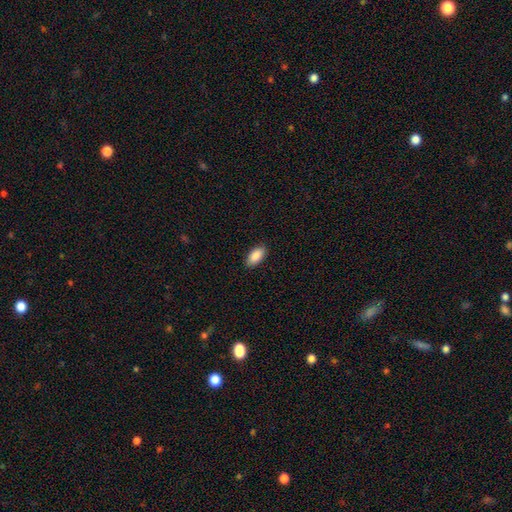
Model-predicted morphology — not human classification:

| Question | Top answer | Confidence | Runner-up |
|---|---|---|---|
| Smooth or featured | smooth | 90% | star or artifact (6%) |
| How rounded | in between | 93% | cigar-shaped (4%) |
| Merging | none | 89% | minor disturbance (8%) |